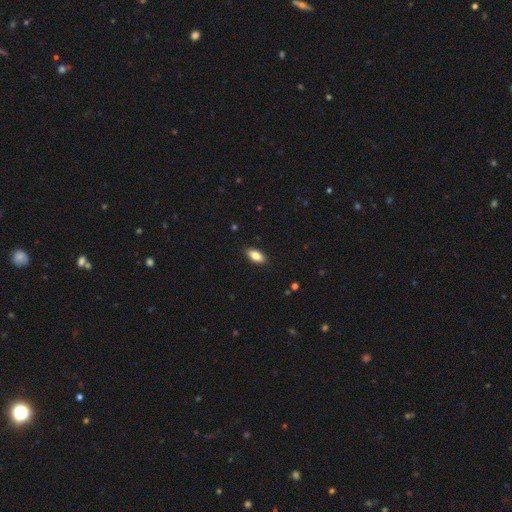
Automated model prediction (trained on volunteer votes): A smooth galaxy with no disk features (83%) that is in between round and cigar-shaped (88%). Merging: none (89%).